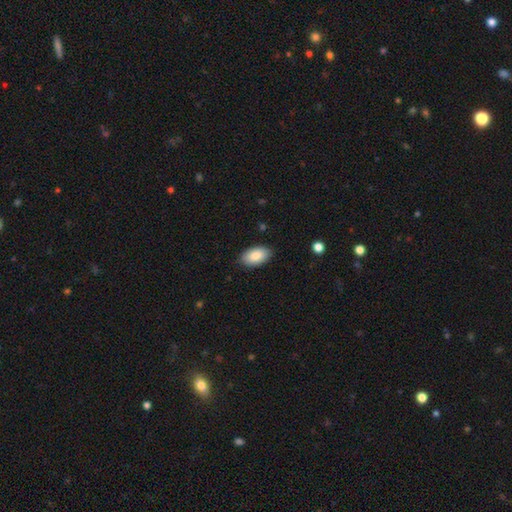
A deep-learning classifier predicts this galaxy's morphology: Smooth or featured? smooth (85%)
How rounded? in between (95%)
Merging? none (87%)